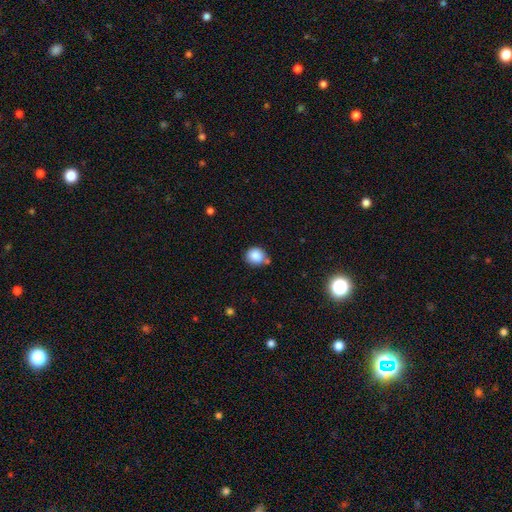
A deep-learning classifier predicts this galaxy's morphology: Smooth or featured? smooth (86%)
How rounded? round (82%)
Merging? none (64%)